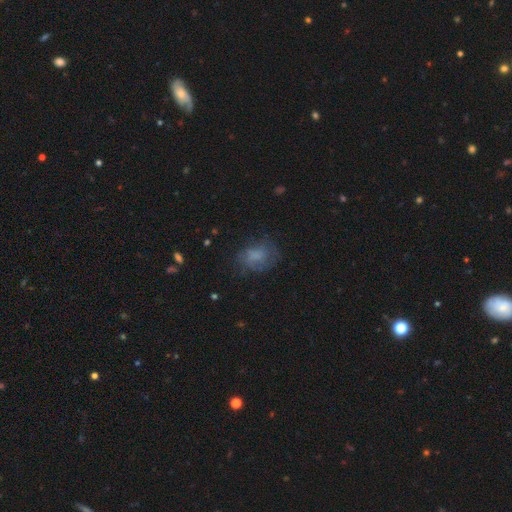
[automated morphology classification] A smooth galaxy with no disk features (61%) that is in between round and cigar-shaped (66%). Merging: none (58%).